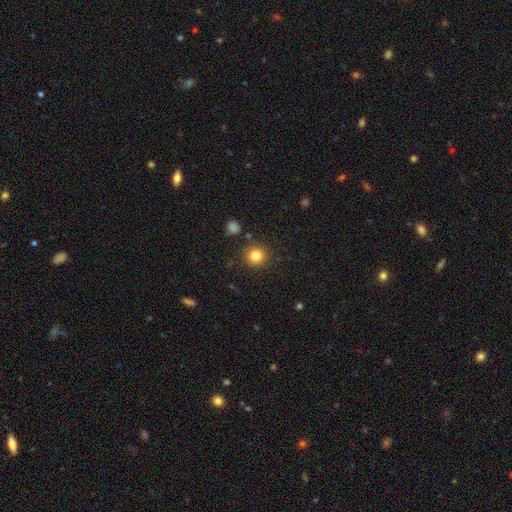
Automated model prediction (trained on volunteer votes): Smooth or featured? smooth (83%)
How rounded? round (94%)
Merging? none (88%)